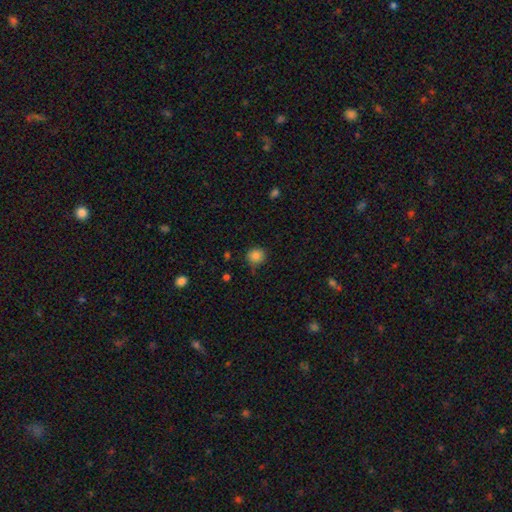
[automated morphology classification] type=smooth (84%); roundness=round (90%); merging=none (81%).